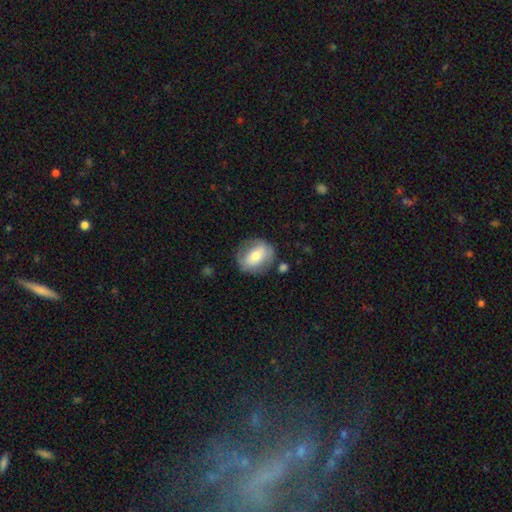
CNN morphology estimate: Smooth or featured? Predicted: smooth (p=0.53). How rounded? Predicted: round (p=0.57). Merging? Predicted: none (p=0.72).